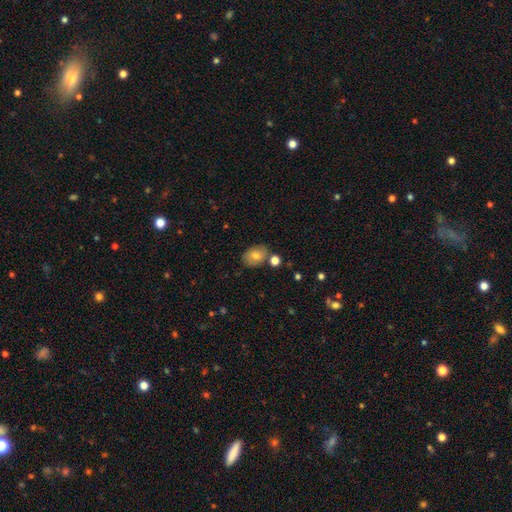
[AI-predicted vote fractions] This is likely a smooth galaxy (74%). How rounded: likely in between (69%). Merging: likely none (73%).